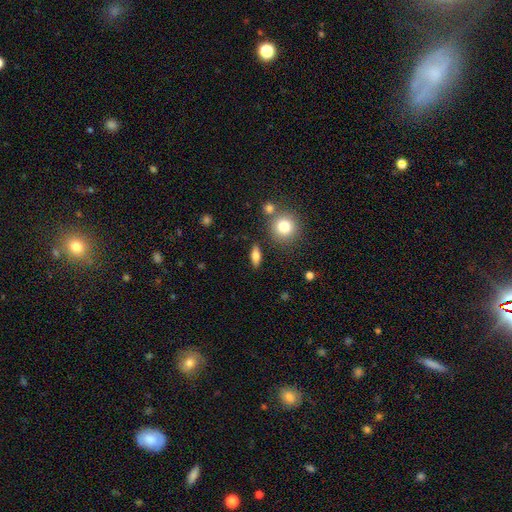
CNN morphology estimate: type=smooth (73%); roundness=in between (68%); merging=none (84%).